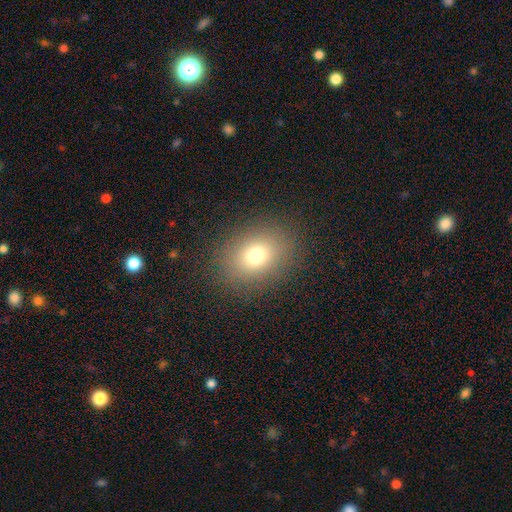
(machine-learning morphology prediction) smooth 75%, star or artifact 14%, featured or disk 11%. Down the decision tree: how rounded — in between (52%); merging — none (87%).